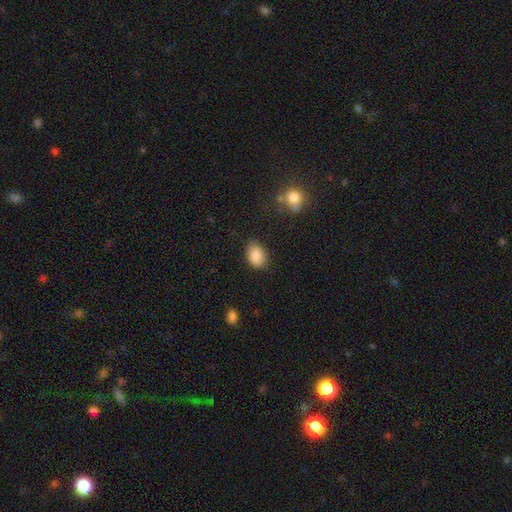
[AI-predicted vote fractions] This is clearly a smooth galaxy (86%). How rounded: clearly in between (86%). Merging: likely none (79%).